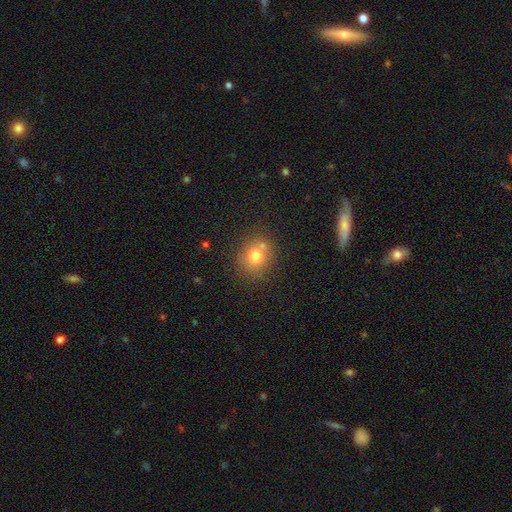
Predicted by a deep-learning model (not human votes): smooth-or-featured: smooth: 75% | star or artifact: 13% | featured or disk: 12%
  how-rounded: round: 78% | in between: 21% | cigar-shaped: 1%
  merging: none: 68% | merger: 14% | minor disturbance: 14% | major disturbance: 4%